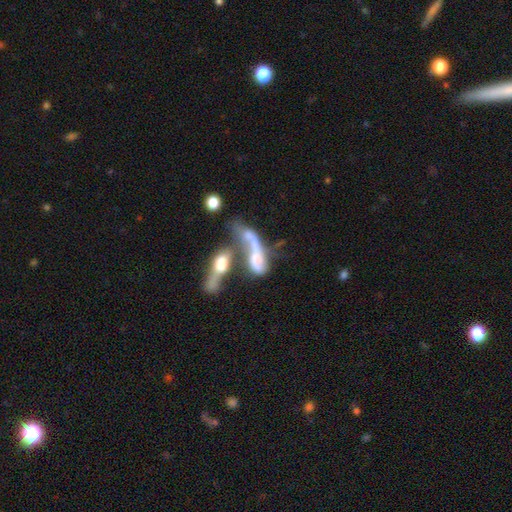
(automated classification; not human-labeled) Overall: featured or disk (55%; smooth 34%). Edge-on disk: no (77%). Merging: merger (69%).